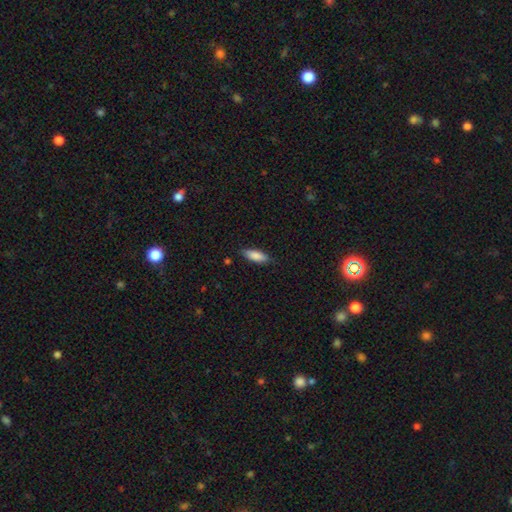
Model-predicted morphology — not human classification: A smooth galaxy with no disk features (86%) that is in between round and cigar-shaped (65%). Merging: none (84%).